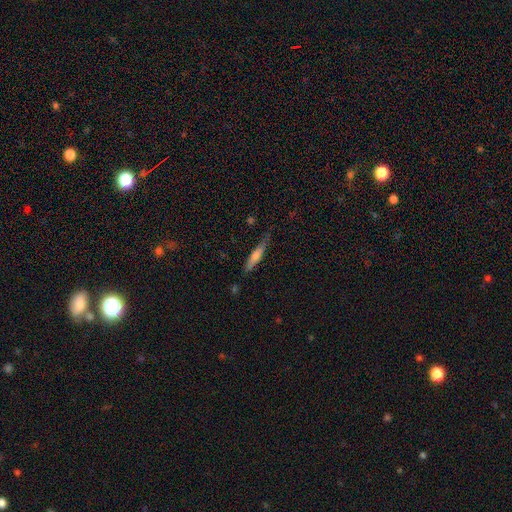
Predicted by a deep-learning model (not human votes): This appears to be a smooth galaxy with no disk features (57%) that is cigar-shaped (85%). Merging: none (75%).